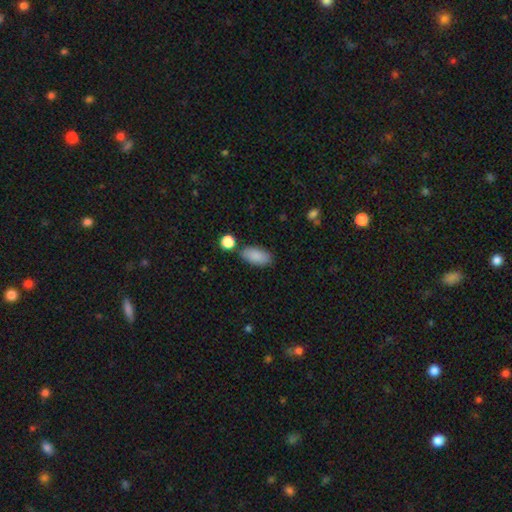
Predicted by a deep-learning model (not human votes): Overall: smooth (87%). How rounded: in between (90%). Merging: none (75%).